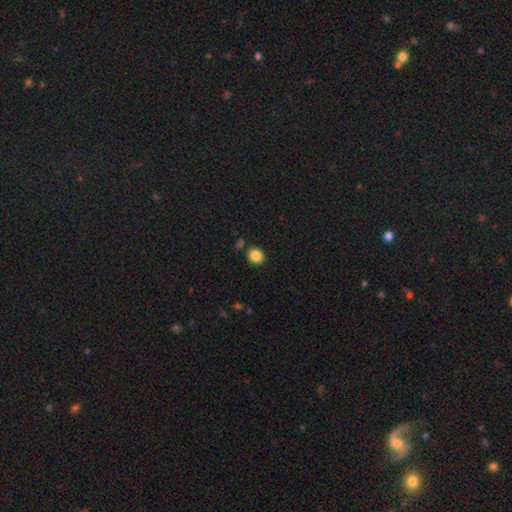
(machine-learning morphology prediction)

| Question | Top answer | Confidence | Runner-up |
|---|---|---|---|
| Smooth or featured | smooth | 86% | star or artifact (10%) |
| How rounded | round | 82% | in between (17%) |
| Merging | none | 84% | minor disturbance (8%) |